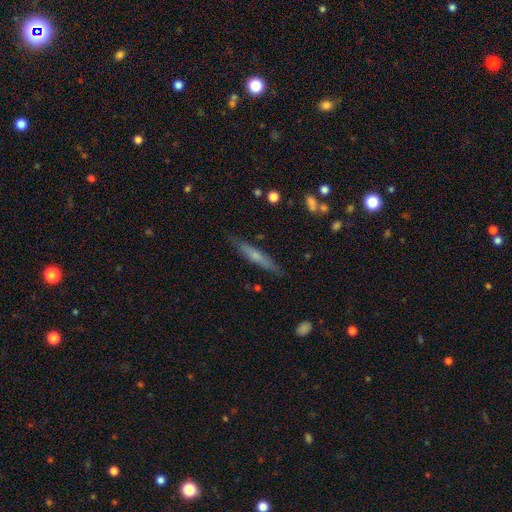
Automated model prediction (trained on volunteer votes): This is possibly a smooth galaxy (49%). Merging: clearly none (86%).